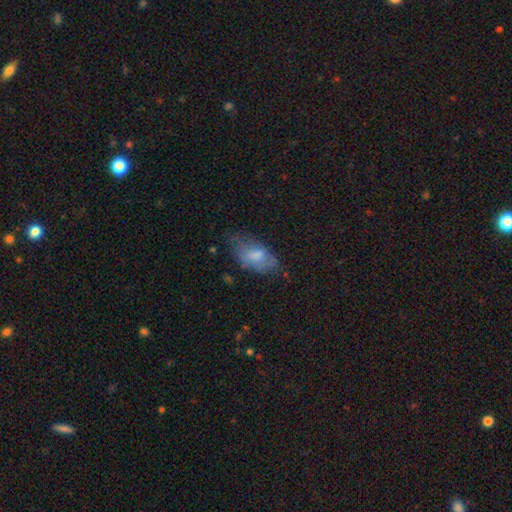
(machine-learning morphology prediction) Smooth or featured? Predicted: smooth (p=0.65). How rounded? Predicted: in between (p=0.91). Merging? Predicted: none (p=0.46).